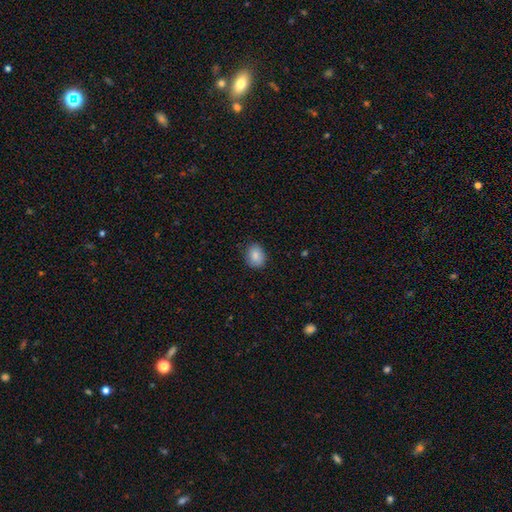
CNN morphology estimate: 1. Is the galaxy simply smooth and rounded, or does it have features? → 85% smooth, 8% star or artifact, 7% featured or disk.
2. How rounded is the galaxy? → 50% round, 49% in between, 1% cigar-shaped.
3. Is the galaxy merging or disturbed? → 85% none, 12% minor disturbance, 2% major disturbance, 1% merger.